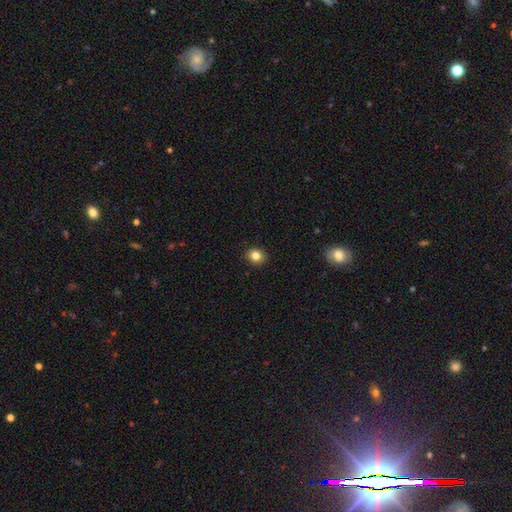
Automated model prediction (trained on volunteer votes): Smooth or featured: smooth — 82% (star or artifact — 12%)
How rounded: round — 73% (in between — 26%)
Merging: none — 91% (minor disturbance — 6%)